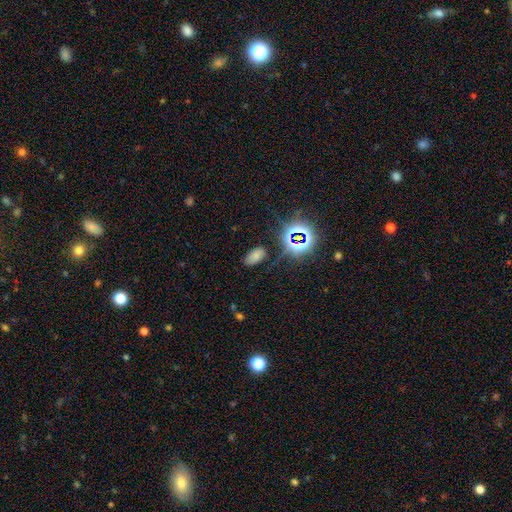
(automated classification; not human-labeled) This appears to be a smooth galaxy with no disk features (63%) that is in between round and cigar-shaped (93%). Merging: none (76%).